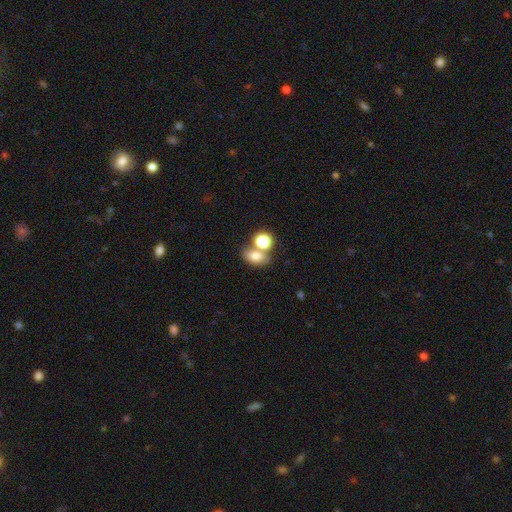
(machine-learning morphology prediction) Smooth or featured? Predicted: smooth (p=0.75). How rounded? Predicted: in between (p=0.69). Merging? Predicted: none (p=0.49).